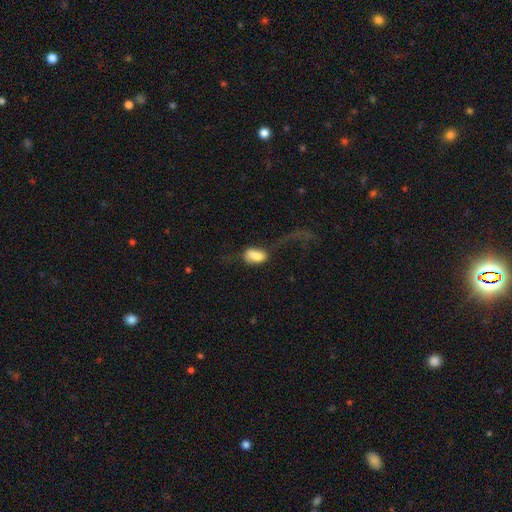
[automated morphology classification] Smooth or featured? smooth (76%)
How rounded? in between (91%)
Merging? major disturbance (47%)